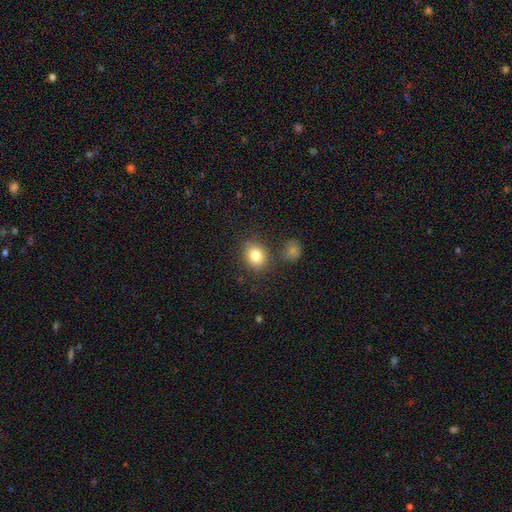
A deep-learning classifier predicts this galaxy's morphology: A smooth galaxy with no disk features (82%) that is round (58%). Merging: none (79%).